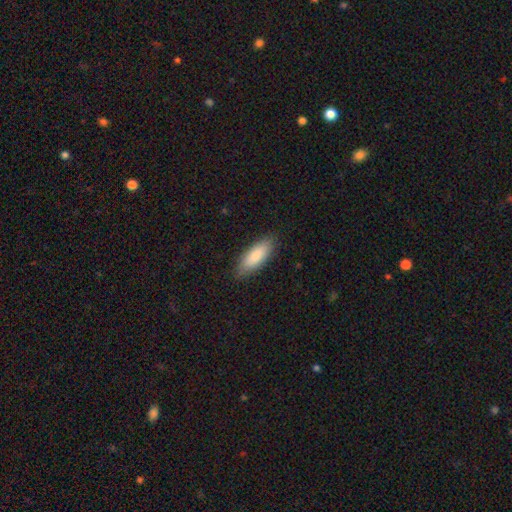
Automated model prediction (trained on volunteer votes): This appears to be a smooth galaxy with no disk features (83%) that is in between round and cigar-shaped (72%). Merging: none (85%).